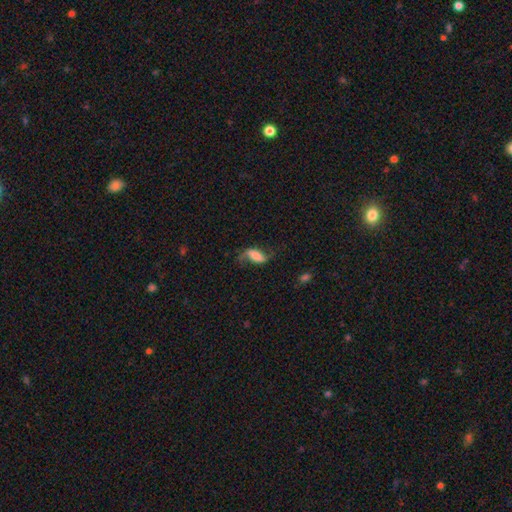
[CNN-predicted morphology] Smooth or featured: featured or disk — 48% (smooth — 42%)
Merging: none — 54% (minor disturbance — 23%)